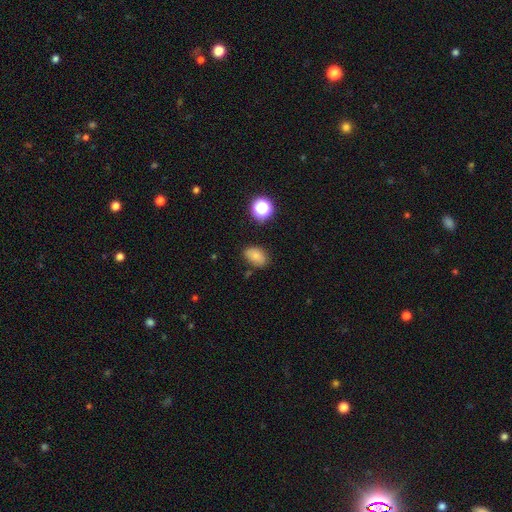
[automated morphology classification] Smooth or featured: smooth — 78% (star or artifact — 12%)
How rounded: in between — 82% (round — 17%)
Merging: none — 77% (minor disturbance — 17%)